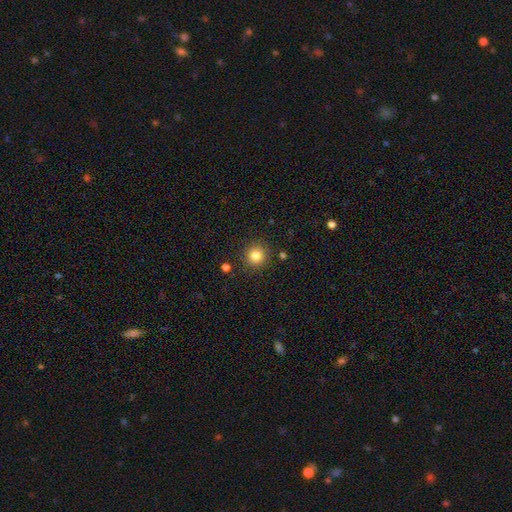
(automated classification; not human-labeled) This is clearly a smooth galaxy (83%). How rounded: clearly round (93%). Merging: clearly none (89%).